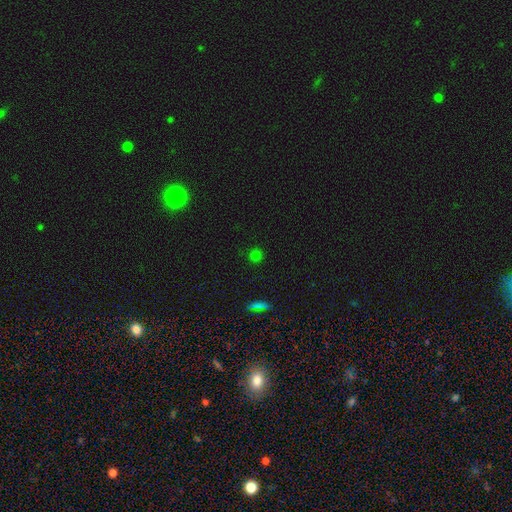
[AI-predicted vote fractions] Q: Smooth or featured?
A: smooth (74%); runner-up: star or artifact (21%)
Q: How rounded?
A: round (93%); runner-up: in between (6%)
Q: Merging?
A: none (90%); runner-up: minor disturbance (7%)